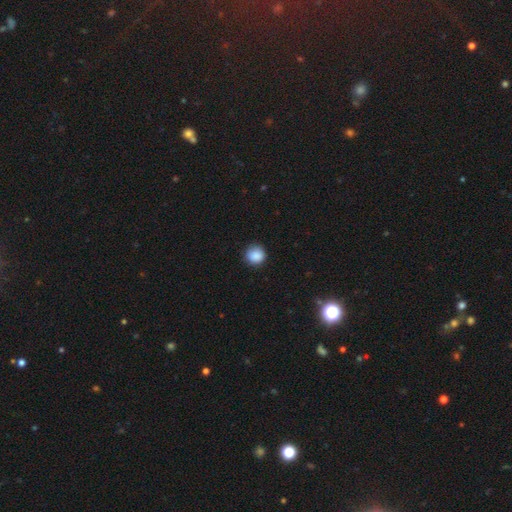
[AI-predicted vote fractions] This appears to be a smooth galaxy with no disk features (88%) that is round (93%). Merging: none (87%).